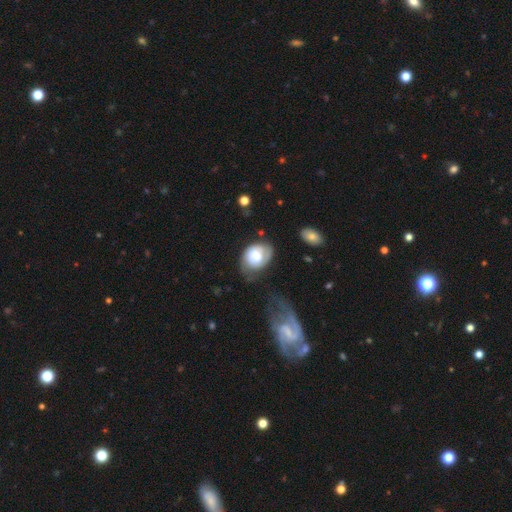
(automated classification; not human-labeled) smooth_or_featured: smooth (p=0.57) [alt: featured or disk p=0.36]
how_rounded: in between (p=0.65) [alt: round p=0.35]
merging: none (p=0.36) [alt: minor disturbance p=0.33]